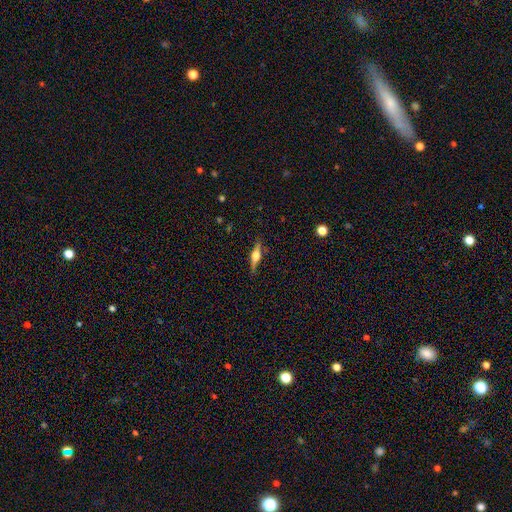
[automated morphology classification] Smooth or featured?
  - featured or disk: 67% *
  - smooth: 26%
  - star or artifact: 7%
Edge-on disk?
  - yes: 96% *
  - no: 4%
Edge-on bulge?
  - rounded: 92% *
  - boxy: 6%
  - none: 2%
Merging?
  - none: 85% *
  - minor disturbance: 11%
  - major disturbance: 3%
  - merger: 1%